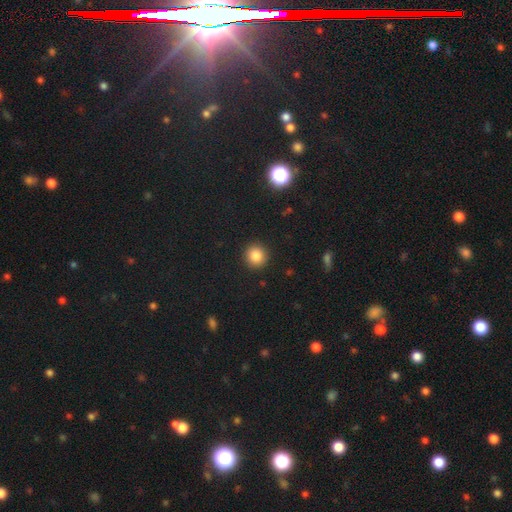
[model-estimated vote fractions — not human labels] Smooth or featured: smooth — 84% (star or artifact — 11%)
How rounded: round — 91% (in between — 8%)
Merging: none — 92% (minor disturbance — 5%)